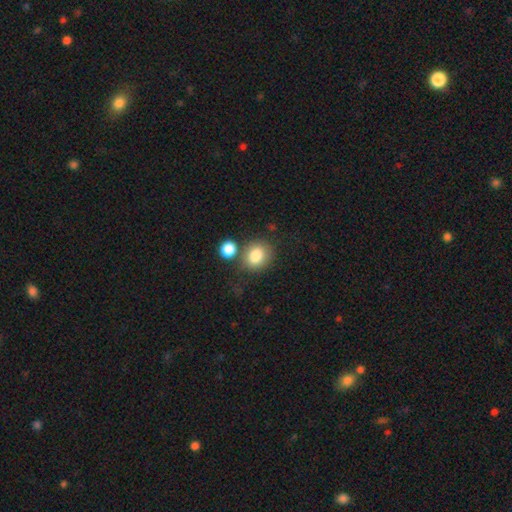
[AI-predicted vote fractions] smooth_or_featured: smooth (p=0.82) [alt: star or artifact p=0.10]
how_rounded: round (p=0.62) [alt: in between p=0.37]
merging: none (p=0.69) [alt: merger p=0.14]